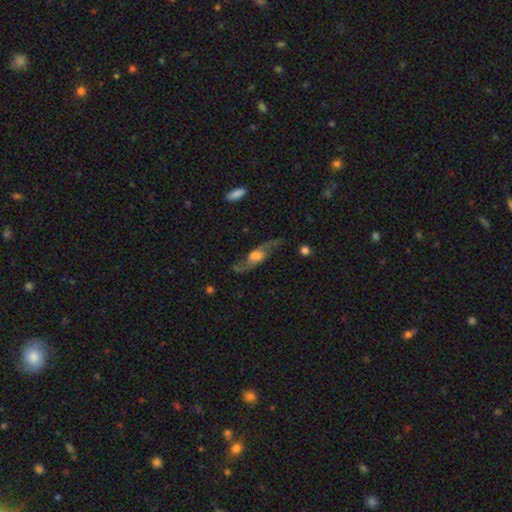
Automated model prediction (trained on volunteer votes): This is likely a featured or disk galaxy (74%). It is likely not viewed edge-on (68%). Bar: possibly no (48%). Spiral arm pattern: clearly yes (88%). Central bulge: marginally large (35%). Merging: likely none (68%).